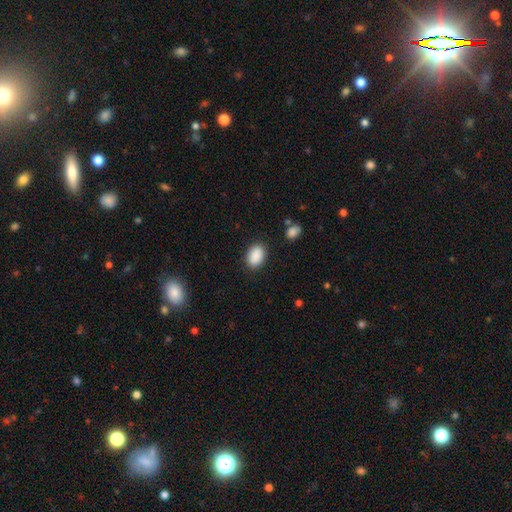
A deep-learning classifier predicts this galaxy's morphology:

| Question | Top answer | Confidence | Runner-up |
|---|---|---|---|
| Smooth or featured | smooth | 90% | star or artifact (7%) |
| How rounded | in between | 85% | round (14%) |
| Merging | none | 87% | minor disturbance (9%) |